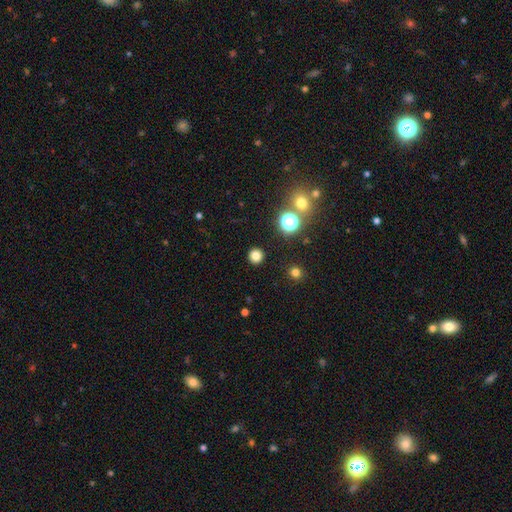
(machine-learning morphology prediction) Smooth or featured?
  - smooth: 80% *
  - star or artifact: 16%
  - featured or disk: 4%
How rounded?
  - round: 94% *
  - in between: 5%
  - cigar-shaped: 1%
Merging?
  - none: 92% *
  - minor disturbance: 5%
  - major disturbance: 2%
  - merger: 2%